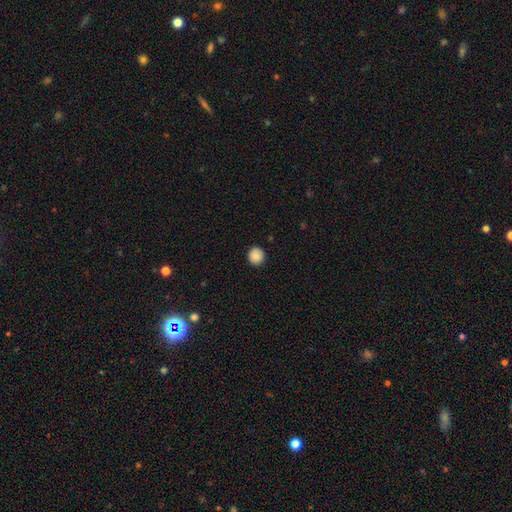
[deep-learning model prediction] The model was most divided on "smooth or featured": smooth: 87%, star or artifact: 8%, featured or disk: 4%. More confident: merging — none (89%); how rounded — round (89%).